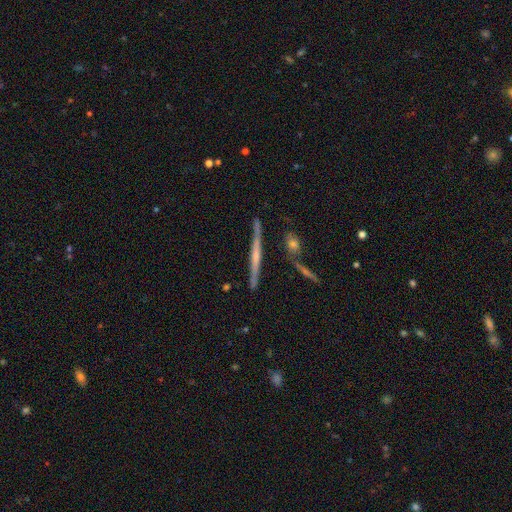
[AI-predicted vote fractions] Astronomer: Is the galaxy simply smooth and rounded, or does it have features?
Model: featured or disk — 75%.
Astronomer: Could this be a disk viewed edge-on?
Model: yes — 98%.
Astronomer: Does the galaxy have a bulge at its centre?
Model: rounded — 51% (runner-up: none, 39%).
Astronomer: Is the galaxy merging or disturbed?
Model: none — 86%.